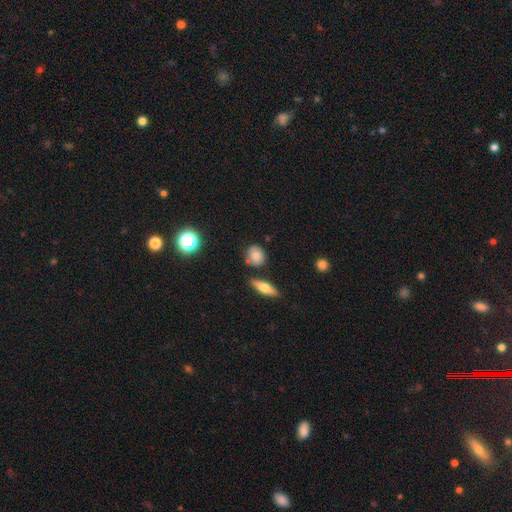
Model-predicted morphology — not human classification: Overall: smooth (78%). How rounded: round (71%). Merging: none (75%).